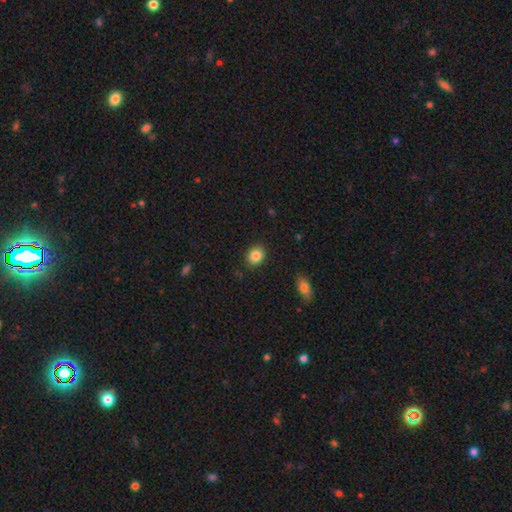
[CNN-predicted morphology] This is clearly a smooth galaxy (85%). How rounded: possibly round (50%). Merging: clearly none (88%).